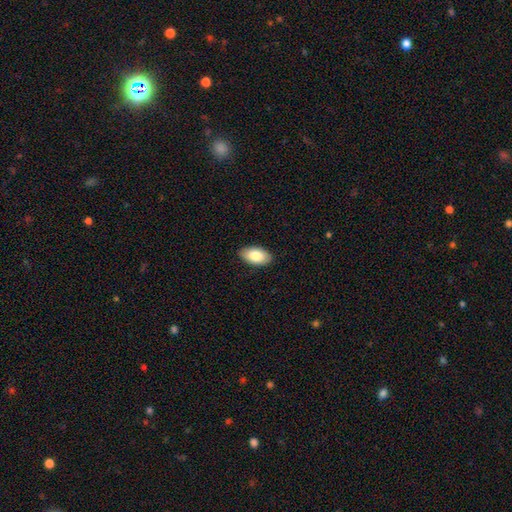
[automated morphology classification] Smooth or featured? smooth (83%)
How rounded? in between (95%)
Merging? none (88%)